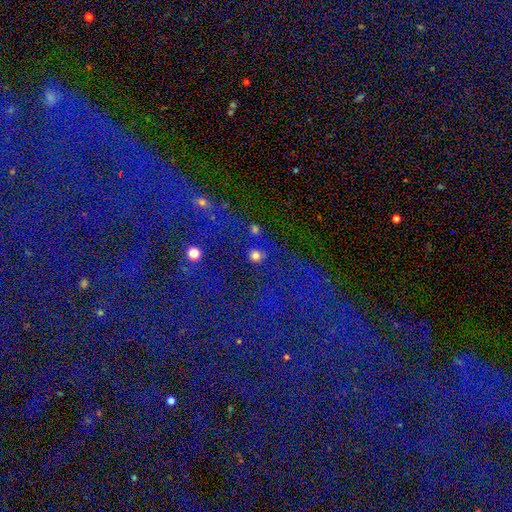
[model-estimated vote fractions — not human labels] smooth-or-featured: smooth: 76% | star or artifact: 18% | featured or disk: 6%
  how-rounded: round: 90% | in between: 8% | cigar-shaped: 1%
  merging: none: 77% | merger: 10% | minor disturbance: 8% | major disturbance: 4%